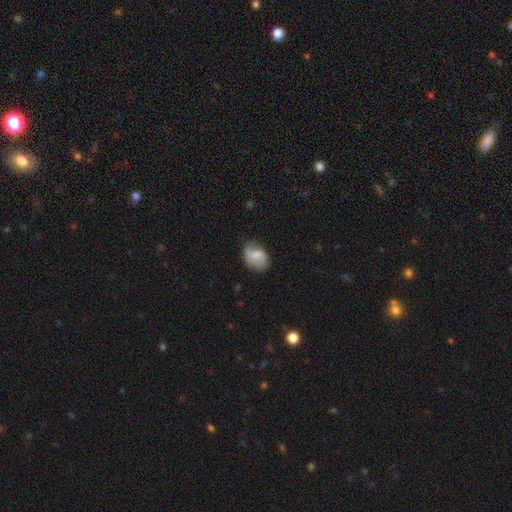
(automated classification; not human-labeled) The model was most divided on "smooth or featured": smooth: 50%, featured or disk: 43%, star or artifact: 8%. More confident: merging — none (61%).